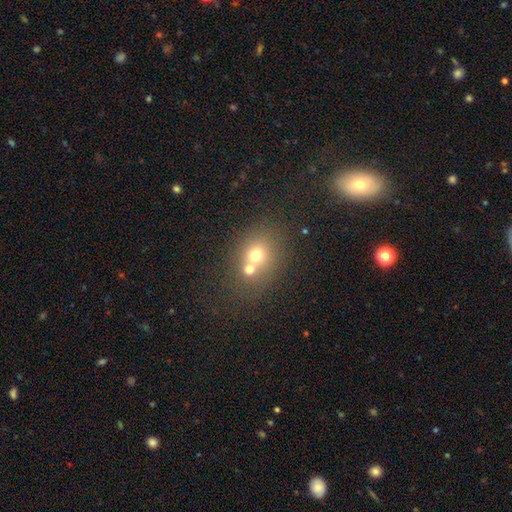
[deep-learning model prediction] smooth 66%, featured or disk 20%, star or artifact 14%. Down the decision tree: how rounded — round (69%); merging — merger (53%).